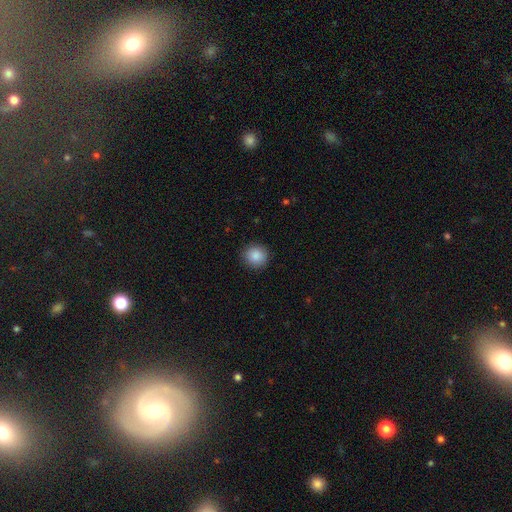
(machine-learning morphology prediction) Q: Smooth or featured?
A: smooth (88%); runner-up: star or artifact (8%)
Q: How rounded?
A: round (91%); runner-up: in between (8%)
Q: Merging?
A: none (90%); runner-up: minor disturbance (7%)